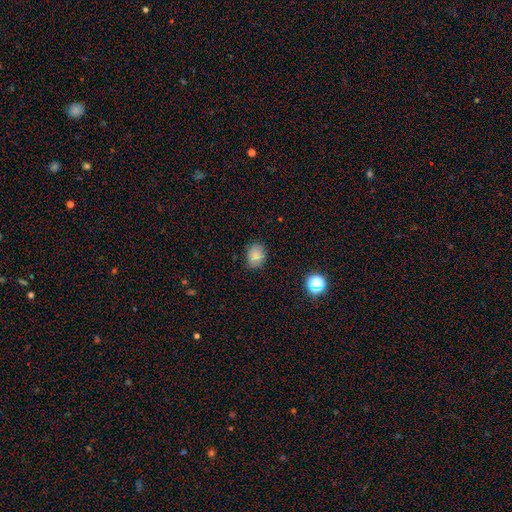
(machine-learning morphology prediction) This is clearly a smooth galaxy (84%). How rounded: possibly round (52%). Merging: clearly none (82%).